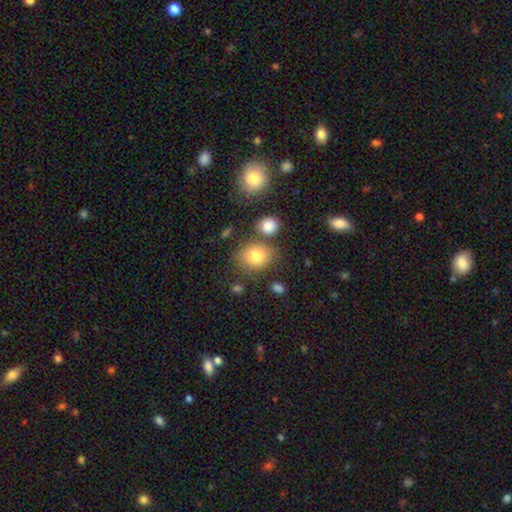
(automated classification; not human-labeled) Smooth or featured? Predicted: smooth (p=0.78). How rounded? Predicted: round (p=0.62). Merging? Predicted: none (p=0.68).